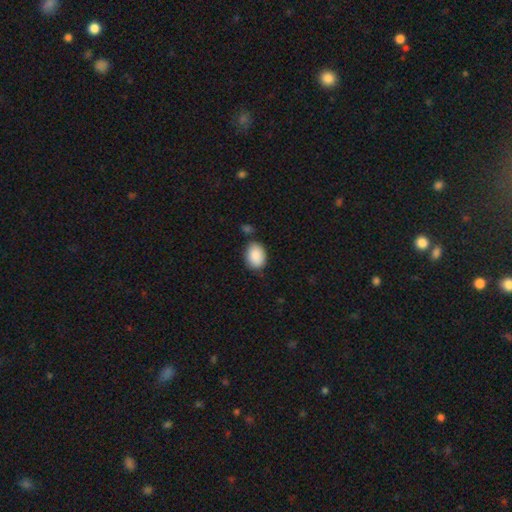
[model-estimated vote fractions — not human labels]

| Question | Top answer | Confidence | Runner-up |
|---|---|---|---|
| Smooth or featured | smooth | 89% | star or artifact (7%) |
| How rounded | in between | 73% | round (26%) |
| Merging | none | 72% | minor disturbance (18%) |